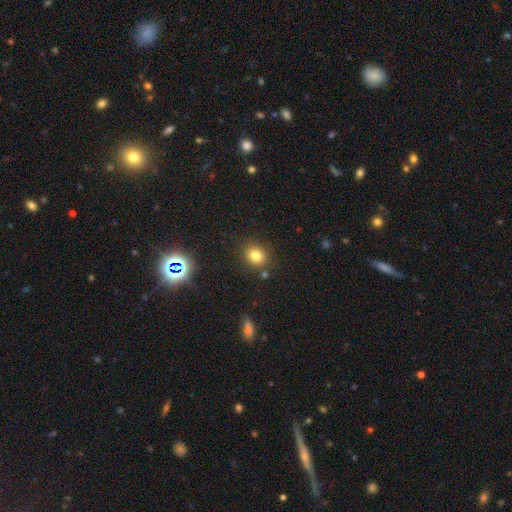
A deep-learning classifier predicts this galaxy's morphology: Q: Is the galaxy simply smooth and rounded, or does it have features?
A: smooth — 79%.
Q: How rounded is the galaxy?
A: round — 68%.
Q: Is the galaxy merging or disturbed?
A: none — 83%.